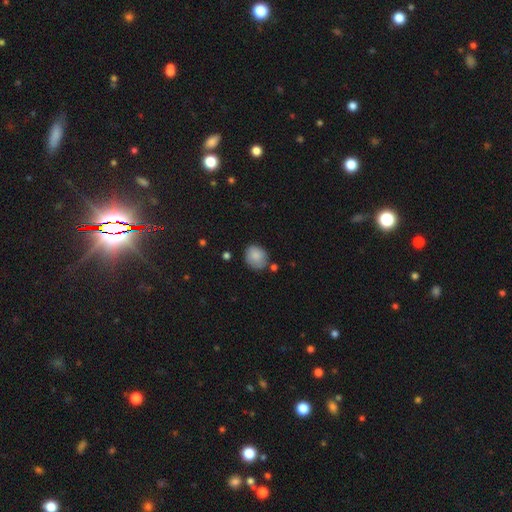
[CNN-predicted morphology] Smooth or featured? smooth (84%)
How rounded? round (63%)
Merging? none (67%)